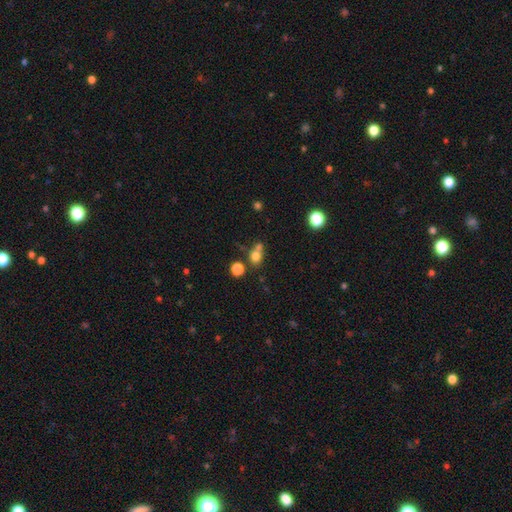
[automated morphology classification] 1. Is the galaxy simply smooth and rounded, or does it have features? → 75% smooth, 15% star or artifact, 10% featured or disk.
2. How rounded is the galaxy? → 72% round, 26% in between, 1% cigar-shaped.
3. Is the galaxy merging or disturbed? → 46% none, 40% merger, 9% minor disturbance, 5% major disturbance.